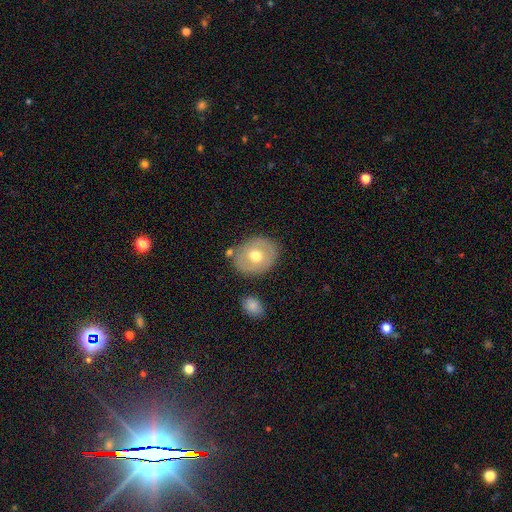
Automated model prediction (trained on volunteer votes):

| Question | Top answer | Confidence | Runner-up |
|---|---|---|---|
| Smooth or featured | smooth | 56% | featured or disk (37%) |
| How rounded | round | 53% | in between (46%) |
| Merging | none | 77% | minor disturbance (13%) |